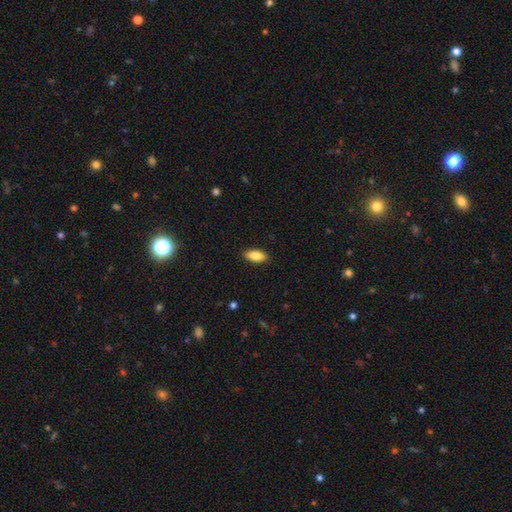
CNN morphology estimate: This is clearly a smooth galaxy (85%). How rounded: clearly in between (88%). Merging: clearly none (89%).